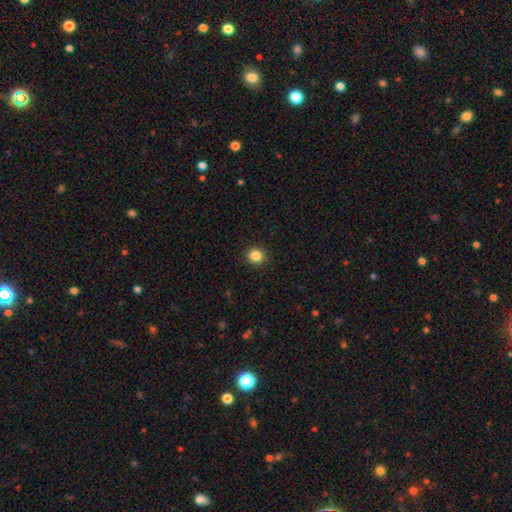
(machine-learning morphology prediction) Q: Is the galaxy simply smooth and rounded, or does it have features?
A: smooth — 85%.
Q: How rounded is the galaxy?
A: round — 90%.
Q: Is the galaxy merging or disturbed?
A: none — 92%.